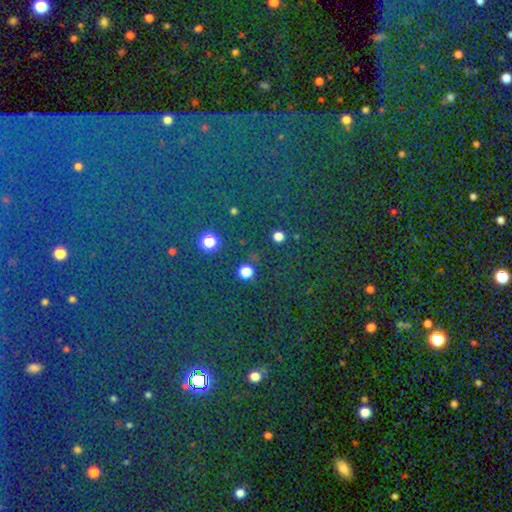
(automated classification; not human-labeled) This is clearly a star or artifact rather than a galaxy (82%).